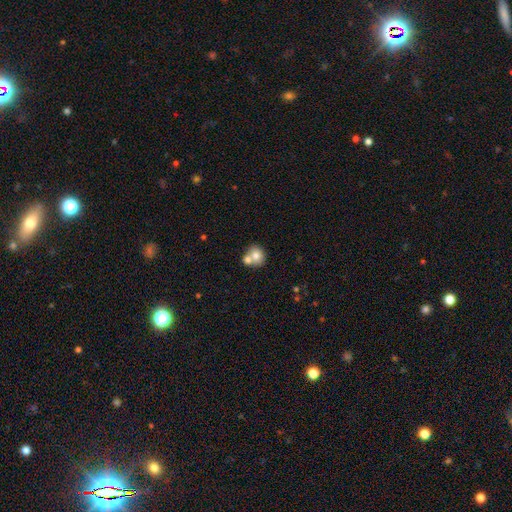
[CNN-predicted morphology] The model was most divided on "merging": merger: 49%, none: 40%, minor disturbance: 8%, major disturbance: 3%. More confident: how rounded — round (78%); smooth or featured — smooth (72%).